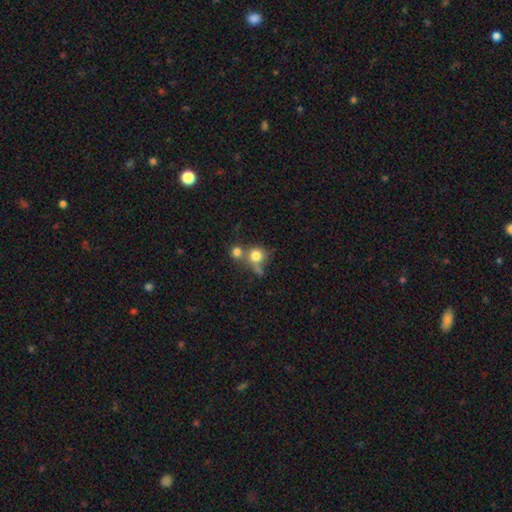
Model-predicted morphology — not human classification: smooth 76%, featured or disk 13%, star or artifact 11%. Down the decision tree: how rounded — round (85%); merging — merger (43%).